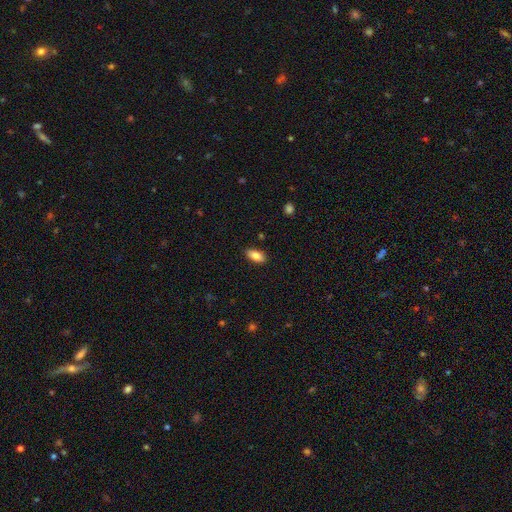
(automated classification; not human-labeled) smooth 83%, featured or disk 10%, star or artifact 7%. Down the decision tree: how rounded — in between (90%); merging — none (89%).